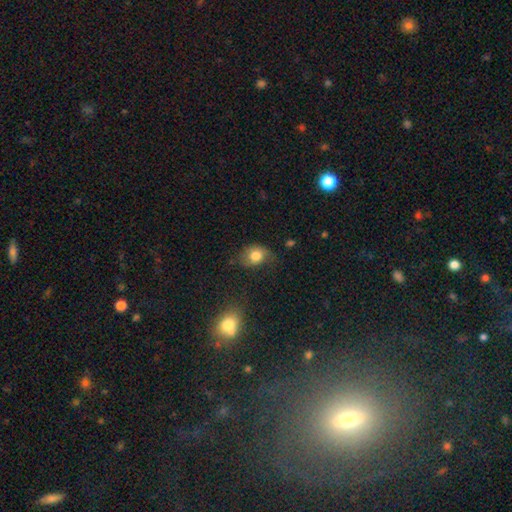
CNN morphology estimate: Smooth or featured?
  - smooth: 78% *
  - featured or disk: 12%
  - star or artifact: 9%
How rounded?
  - in between: 56% *
  - round: 43%
  - cigar-shaped: 1%
Merging?
  - none: 53% *
  - minor disturbance: 31%
  - major disturbance: 13%
  - merger: 3%